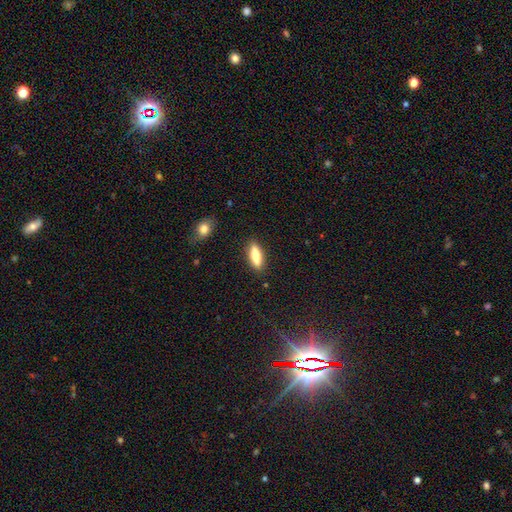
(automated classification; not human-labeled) smooth-or-featured: smooth: 75% | featured or disk: 18% | star or artifact: 7%
  how-rounded: cigar-shaped: 54% | in between: 44% | round: 2%
  merging: none: 86% | minor disturbance: 9% | major disturbance: 2% | merger: 2%